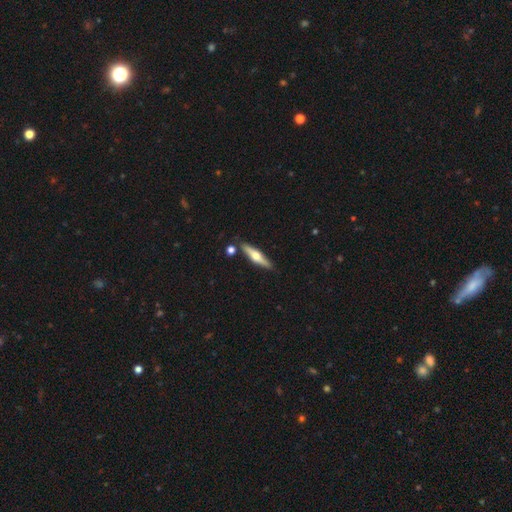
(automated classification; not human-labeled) Smooth or featured?
  - featured or disk: 61% *
  - smooth: 33%
  - star or artifact: 6%
Edge-on disk?
  - yes: 95% *
  - no: 5%
Edge-on bulge?
  - rounded: 94% *
  - none: 3%
  - boxy: 3%
Merging?
  - none: 84% *
  - minor disturbance: 9%
  - merger: 5%
  - major disturbance: 2%